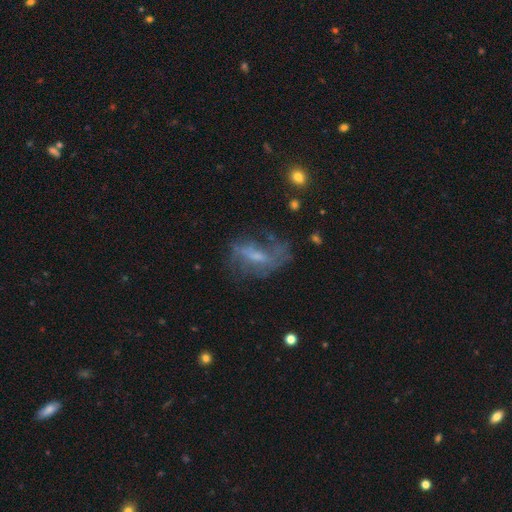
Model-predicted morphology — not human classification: featured or disk 60%, smooth 27%, star or artifact 13%. Down the decision tree: edge-on disk — no (89%); bar — weak (41%); spiral arms — yes (56%); bulge size — small (47%); merging — none (43%).